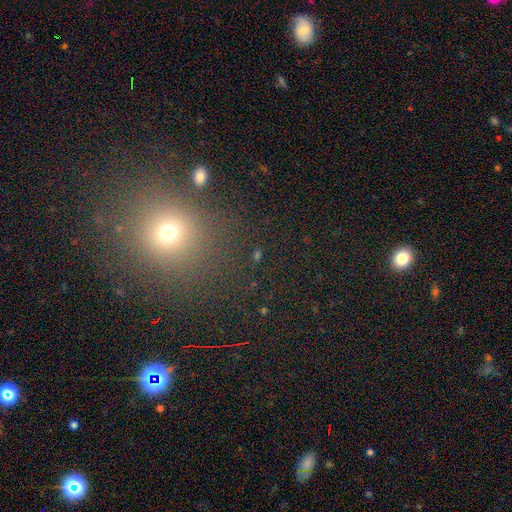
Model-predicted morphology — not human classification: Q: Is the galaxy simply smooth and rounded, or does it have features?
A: smooth — 46%.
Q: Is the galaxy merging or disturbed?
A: none — 82%.